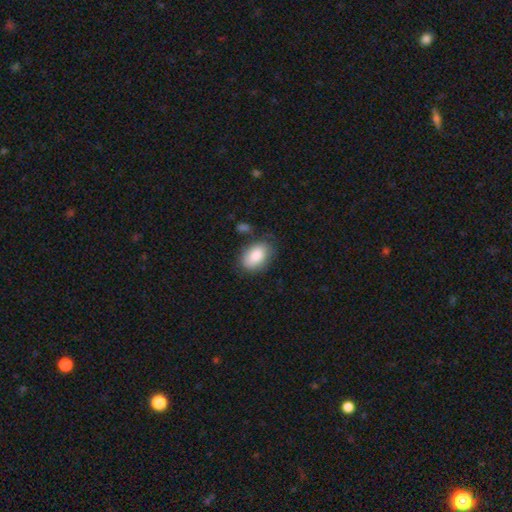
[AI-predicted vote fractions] Q: Smooth or featured?
A: smooth (86%); runner-up: featured or disk (8%)
Q: How rounded?
A: in between (88%); runner-up: round (10%)
Q: Merging?
A: none (70%); runner-up: minor disturbance (20%)